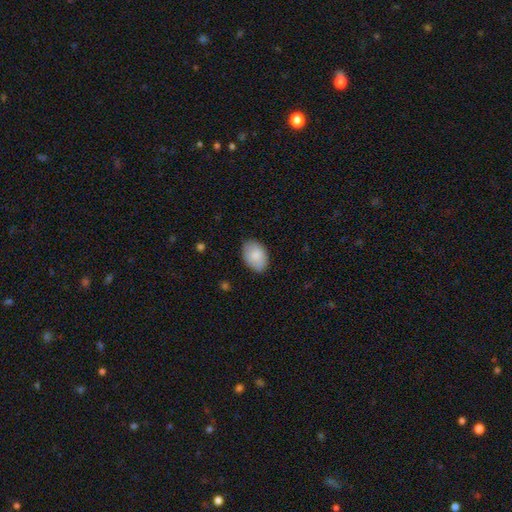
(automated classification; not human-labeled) smooth 84%, featured or disk 9%, star or artifact 6%. Down the decision tree: how rounded — in between (87%); merging — none (82%).